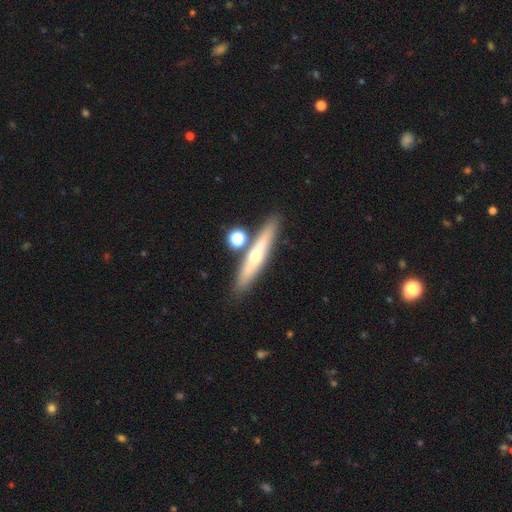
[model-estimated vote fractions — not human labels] smooth-or-featured: featured or disk: 53% | smooth: 39% | star or artifact: 8%
  disk-edge-on: yes: 88% | no: 12%
  merging: none: 78% | merger: 10% | minor disturbance: 9% | major disturbance: 3%